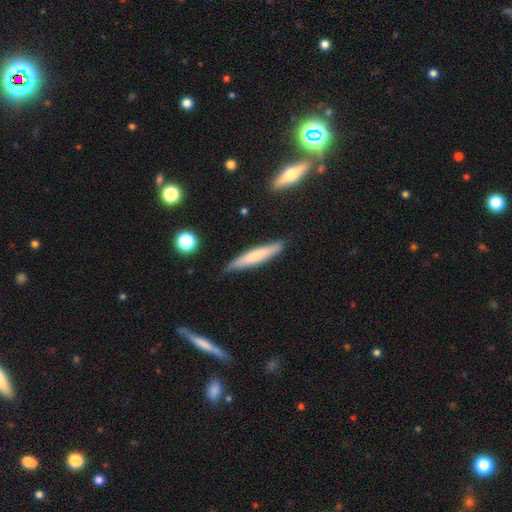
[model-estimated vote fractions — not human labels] This is likely a smooth galaxy (69%). How rounded: clearly cigar-shaped (90%). Merging: clearly none (84%).